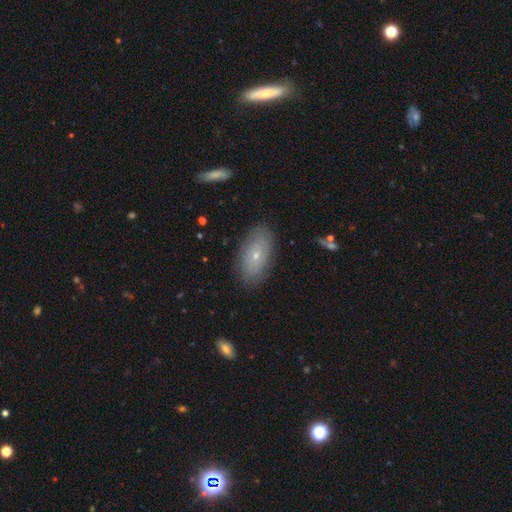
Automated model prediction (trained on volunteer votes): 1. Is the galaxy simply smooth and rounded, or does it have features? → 58% smooth, 34% featured or disk, 8% star or artifact.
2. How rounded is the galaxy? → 90% in between, 5% cigar-shaped, 5% round.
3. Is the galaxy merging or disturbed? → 84% none, 12% minor disturbance, 3% major disturbance, 1% merger.